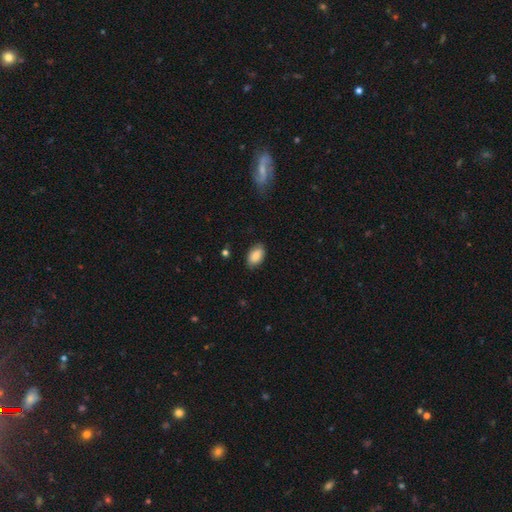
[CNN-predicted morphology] type=smooth (86%); roundness=in between (92%); merging=none (83%).